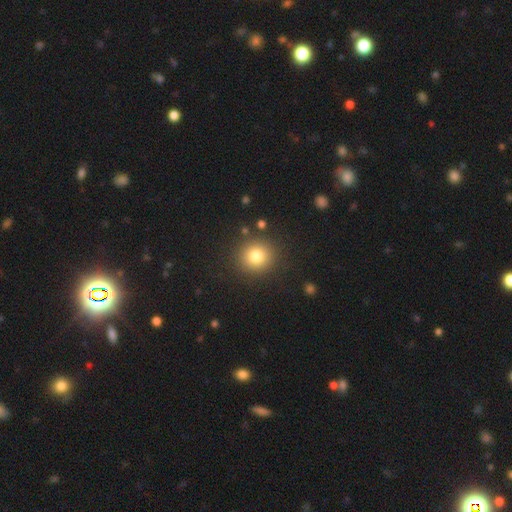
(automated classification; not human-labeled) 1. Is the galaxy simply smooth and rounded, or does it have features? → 80% smooth, 12% star or artifact, 8% featured or disk.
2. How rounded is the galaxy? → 90% round, 9% in between, 1% cigar-shaped.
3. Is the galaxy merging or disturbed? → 88% none, 7% minor disturbance, 3% major disturbance, 2% merger.